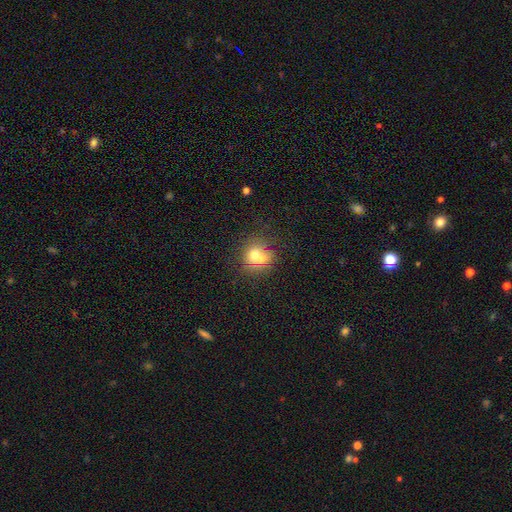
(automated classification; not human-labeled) smooth-or-featured: smooth: 66% | featured or disk: 18% | star or artifact: 16%
  how-rounded: round: 82% | in between: 17% | cigar-shaped: 1%
  merging: none: 52% | merger: 30% | minor disturbance: 12% | major disturbance: 6%